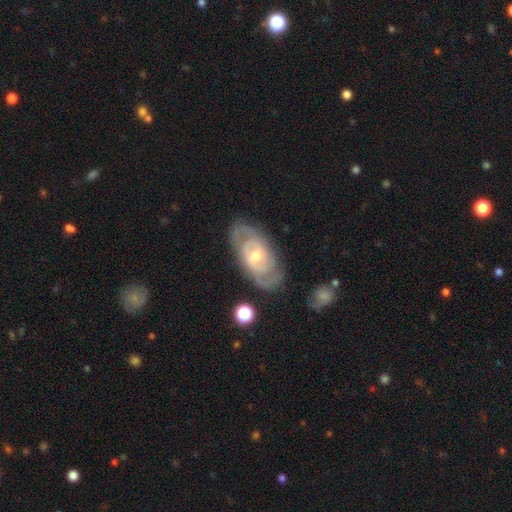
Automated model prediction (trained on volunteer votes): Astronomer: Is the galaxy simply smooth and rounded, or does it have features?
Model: featured or disk — 83%.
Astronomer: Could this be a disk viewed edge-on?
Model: no — 94%.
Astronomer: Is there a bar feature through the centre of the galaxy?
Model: no — 56% (runner-up: weak, 35%).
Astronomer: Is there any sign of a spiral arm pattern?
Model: yes — 91%.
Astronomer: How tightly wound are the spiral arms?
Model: tight — 64%.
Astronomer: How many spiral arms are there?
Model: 2 — 52% (runner-up: can't tell, 28%).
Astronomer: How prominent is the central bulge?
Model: moderate — 48%, tied with small at 48%.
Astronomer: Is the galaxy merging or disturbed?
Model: none — 77%.